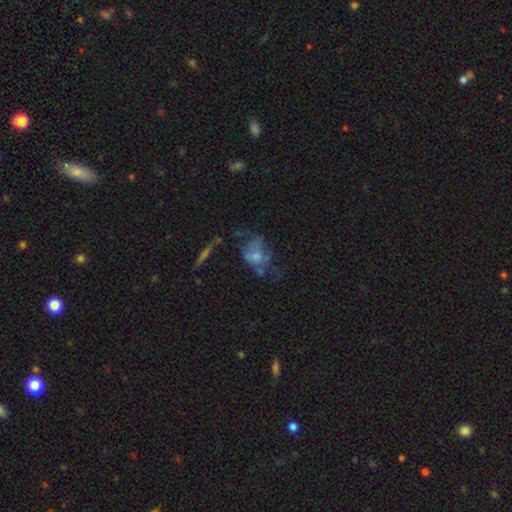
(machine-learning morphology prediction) Smooth or featured?
  - smooth: 44% *
  - featured or disk: 42%
  - star or artifact: 14%
Merging?
  - major disturbance: 40% *
  - none: 29%
  - minor disturbance: 21%
  - merger: 11%